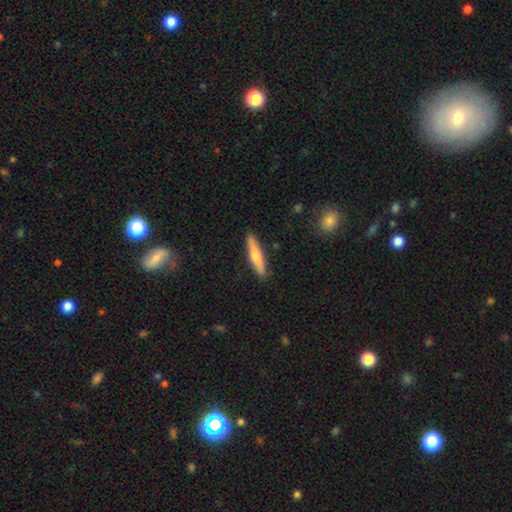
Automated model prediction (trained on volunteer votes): Smooth or featured?
  - smooth: 51% *
  - featured or disk: 43%
  - star or artifact: 6%
How rounded?
  - cigar-shaped: 86% *
  - in between: 12%
  - round: 2%
Merging?
  - none: 89% *
  - minor disturbance: 8%
  - major disturbance: 2%
  - merger: 1%